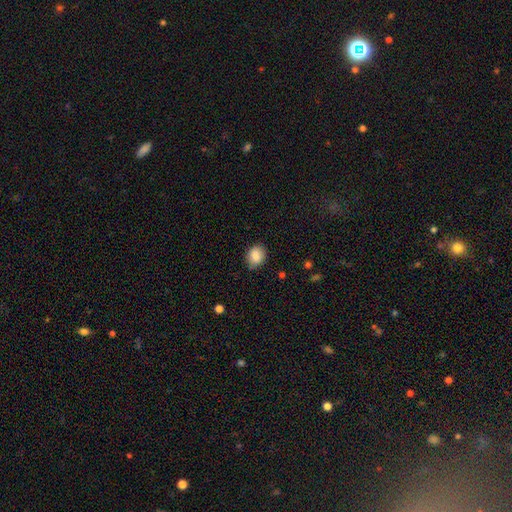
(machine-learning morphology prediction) type=smooth (87%); roundness=in between (54%); merging=none (80%).